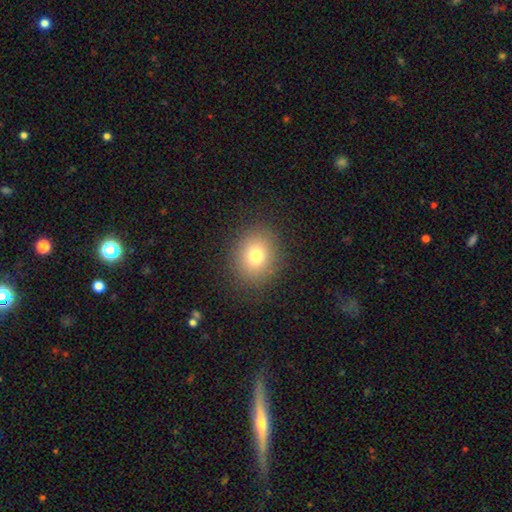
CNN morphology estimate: This appears to be a smooth galaxy with no disk features (77%) that is round (71%). Merging: none (87%).